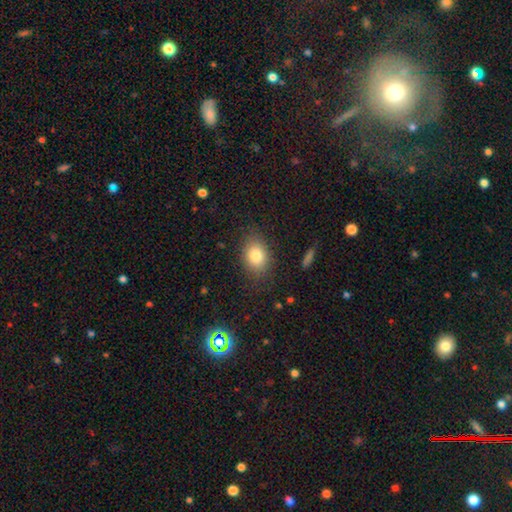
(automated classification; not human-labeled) Smooth or featured: smooth — 81% (featured or disk — 10%)
How rounded: in between — 71% (round — 28%)
Merging: none — 82% (minor disturbance — 13%)